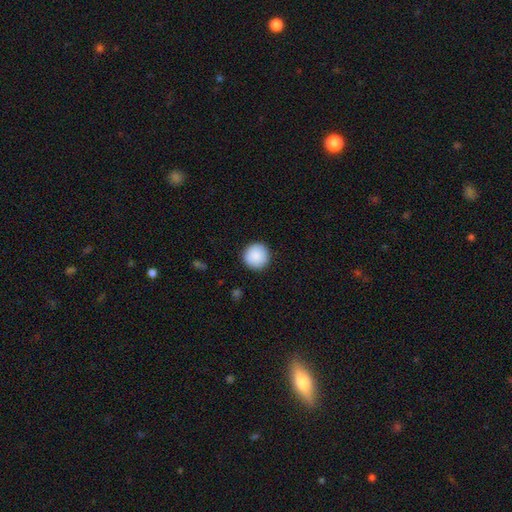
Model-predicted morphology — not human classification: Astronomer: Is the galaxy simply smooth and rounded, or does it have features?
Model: smooth — 90%.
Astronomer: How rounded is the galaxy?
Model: round — 96%.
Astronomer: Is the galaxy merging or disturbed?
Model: none — 92%.